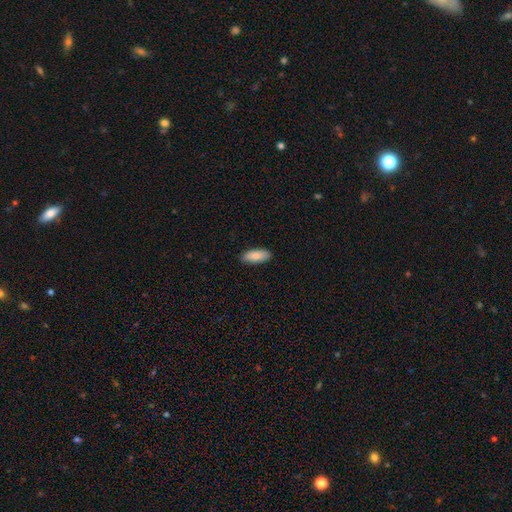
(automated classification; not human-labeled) Smooth or featured: smooth — 85% (featured or disk — 9%)
How rounded: in between — 81% (cigar-shaped — 17%)
Merging: none — 89% (minor disturbance — 9%)